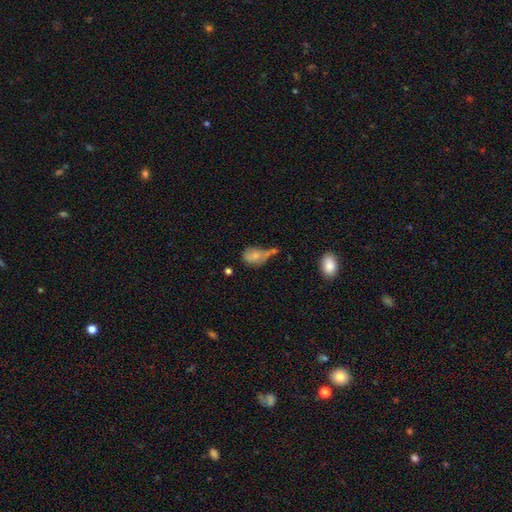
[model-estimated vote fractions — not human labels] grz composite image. It shows a smooth galaxy with no disk features (67%) that is in between round and cigar-shaped (73%). Merging: merger (30%).